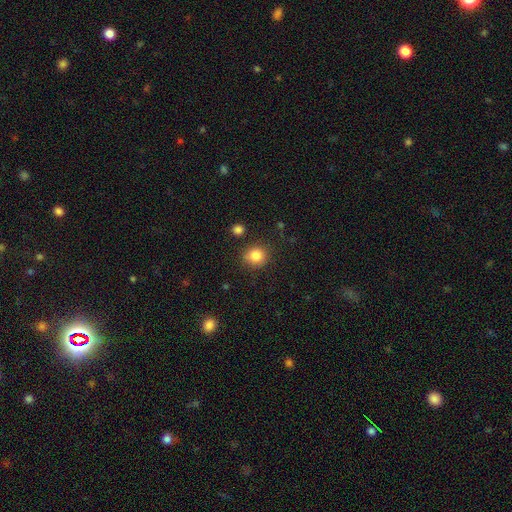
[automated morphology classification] A smooth galaxy with no disk features (83%) that is round (87%).

Vote fractions:
- Smooth or featured? smooth: 83% / star or artifact: 11% / featured or disk: 6%
- How rounded? round: 87% / in between: 12% / cigar-shaped: 1%
- Merging? none: 86% / minor disturbance: 9% / merger: 3% / major disturbance: 3%